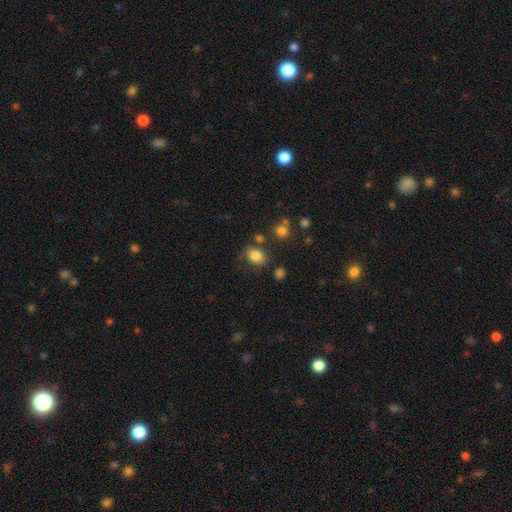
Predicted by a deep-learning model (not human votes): Smooth or featured?
  - smooth: 82% *
  - star or artifact: 11%
  - featured or disk: 7%
How rounded?
  - in between: 67% *
  - round: 32%
  - cigar-shaped: 1%
Merging?
  - none: 73% *
  - minor disturbance: 16%
  - merger: 7%
  - major disturbance: 5%